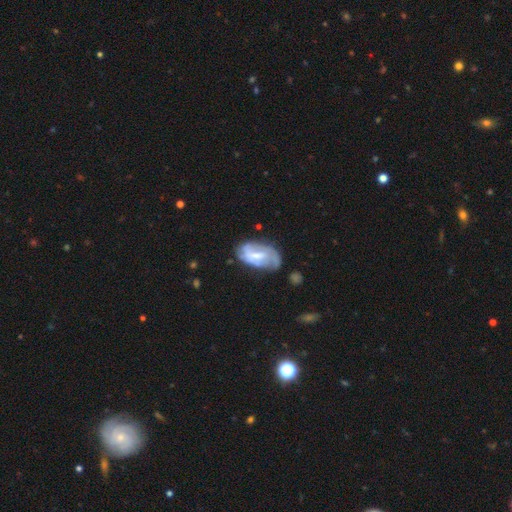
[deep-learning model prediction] smooth_or_featured: featured or disk (p=0.64) [alt: smooth p=0.29]
disk_edge_on: no (p=0.95) [alt: yes p=0.05]
bar: weak (p=0.53) [alt: no p=0.28]
has_spiral_arms: yes (p=0.76) [alt: no p=0.24]
bulge_size: small (p=0.39) [tied with: moderate p=0.39]
merging: none (p=0.50) [alt: minor disturbance p=0.30]